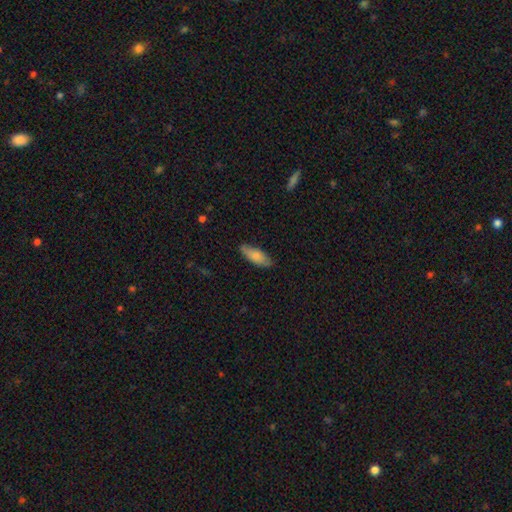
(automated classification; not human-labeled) smooth-or-featured: smooth: 80% | featured or disk: 14% | star or artifact: 6%
  how-rounded: in between: 70% | cigar-shaped: 28% | round: 2%
  merging: none: 81% | minor disturbance: 16% | major disturbance: 2% | merger: 1%